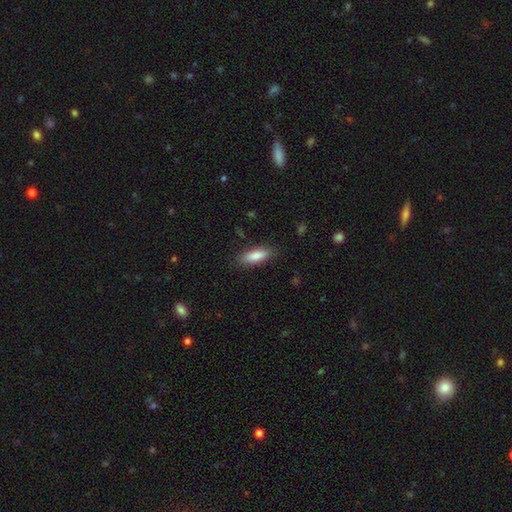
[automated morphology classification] Overall: smooth (85%). How rounded: in between (68%; cigar-shaped 30%). Merging: none (85%).